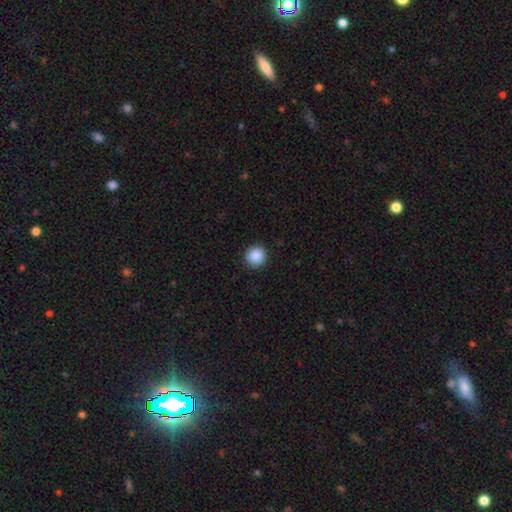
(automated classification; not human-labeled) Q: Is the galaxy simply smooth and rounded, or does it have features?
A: smooth — 89%.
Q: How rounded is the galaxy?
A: round — 95%.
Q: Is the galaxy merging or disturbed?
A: none — 92%.